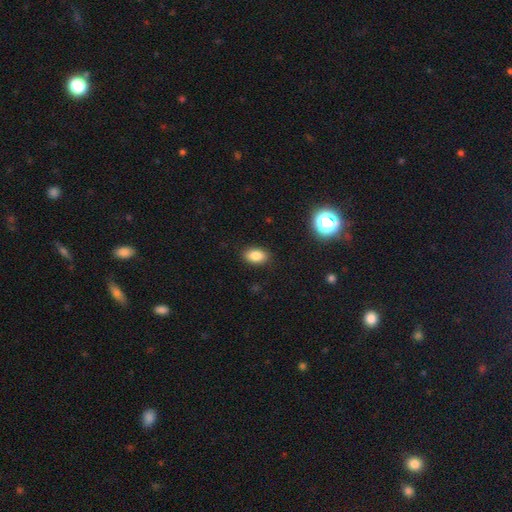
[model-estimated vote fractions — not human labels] A smooth galaxy with no disk features (84%) that is in between round and cigar-shaped (88%).

Vote fractions:
- Smooth or featured? smooth: 84% / star or artifact: 10% / featured or disk: 6%
- How rounded? in between: 88% / round: 11% / cigar-shaped: 2%
- Merging? none: 88% / minor disturbance: 8% / major disturbance: 2% / merger: 1%